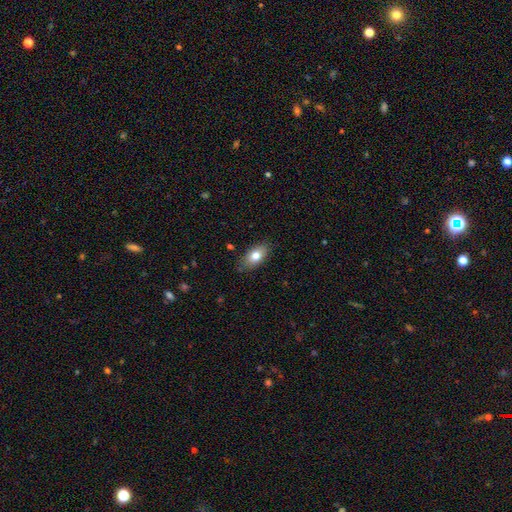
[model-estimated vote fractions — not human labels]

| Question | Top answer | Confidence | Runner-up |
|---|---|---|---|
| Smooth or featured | smooth | 78% | featured or disk (15%) |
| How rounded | in between | 91% | round (5%) |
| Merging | none | 82% | minor disturbance (14%) |